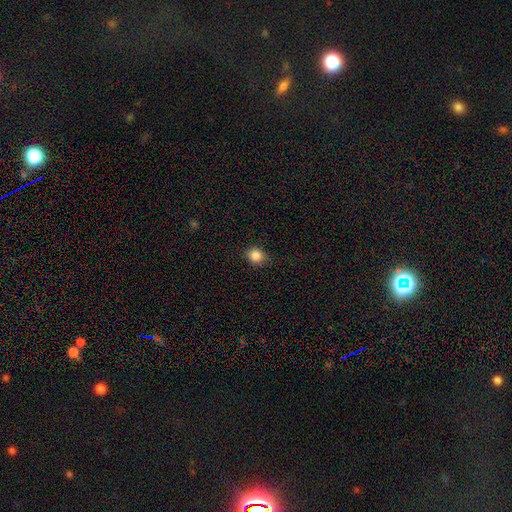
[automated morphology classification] The model was most divided on "how rounded": round: 77%, in between: 22%, cigar-shaped: 1%. More confident: merging — none (86%); smooth or featured — smooth (84%).